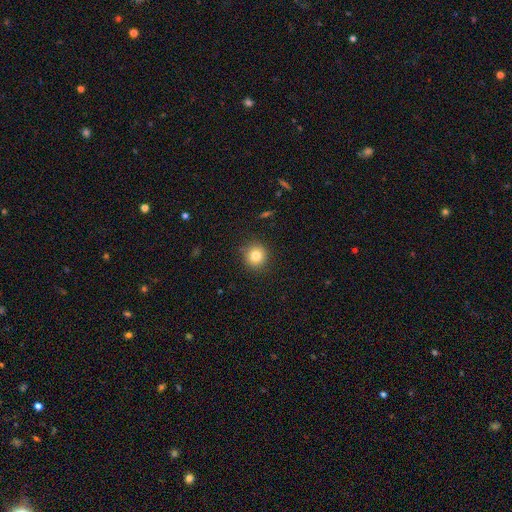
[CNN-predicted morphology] smooth_or_featured: smooth (p=0.80) [alt: star or artifact p=0.12]
how_rounded: round (p=0.93) [alt: in between p=0.06]
merging: none (p=0.89) [alt: minor disturbance p=0.08]